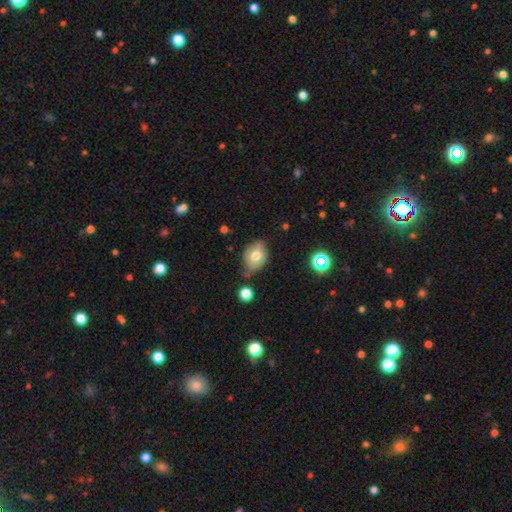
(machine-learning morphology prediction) Smooth or featured: smooth — 64% (featured or disk — 27%)
How rounded: in between — 62% (round — 36%)
Merging: none — 54% (minor disturbance — 32%)